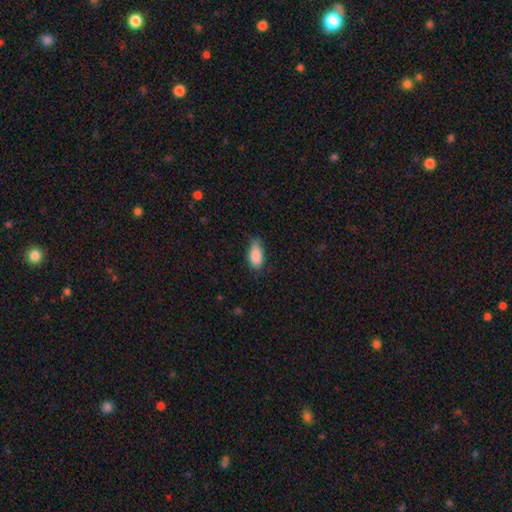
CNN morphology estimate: This is clearly a smooth galaxy (88%). How rounded: clearly in between (89%). Merging: likely none (64%).